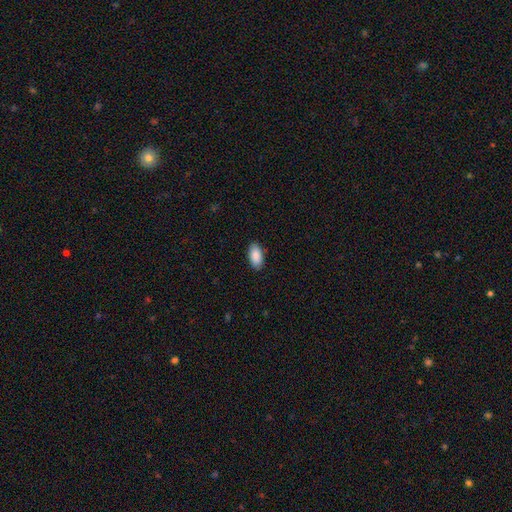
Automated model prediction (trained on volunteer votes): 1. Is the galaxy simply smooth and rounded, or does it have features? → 90% smooth, 6% star or artifact, 4% featured or disk.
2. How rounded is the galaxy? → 95% in between, 3% cigar-shaped, 2% round.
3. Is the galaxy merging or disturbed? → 89% none, 9% minor disturbance, 2% major disturbance, 1% merger.